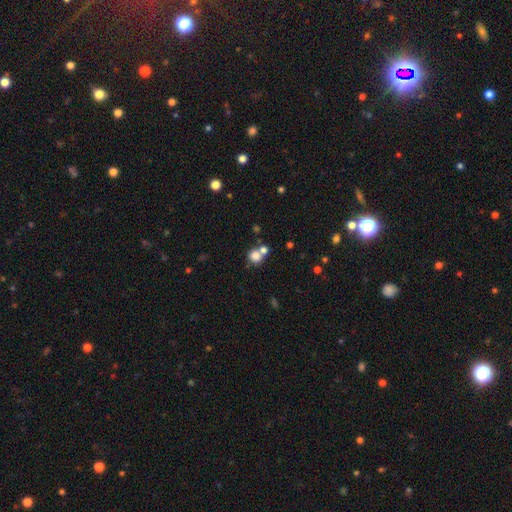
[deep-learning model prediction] This is likely a smooth galaxy (78%). How rounded: clearly round (81%). Merging: possibly none (49%).